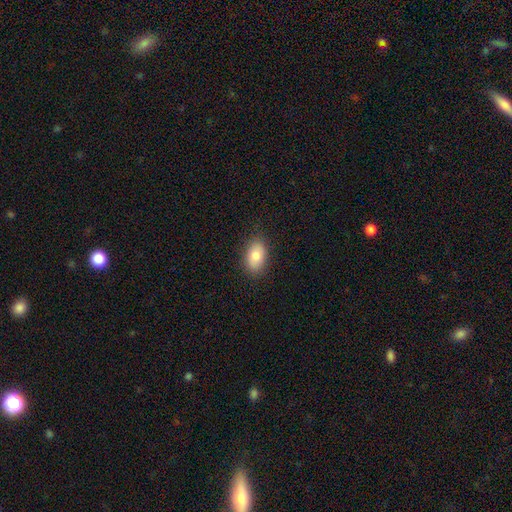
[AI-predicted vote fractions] Morphology: type=smooth (82%); roundness=in between (89%); merging=none (86%).